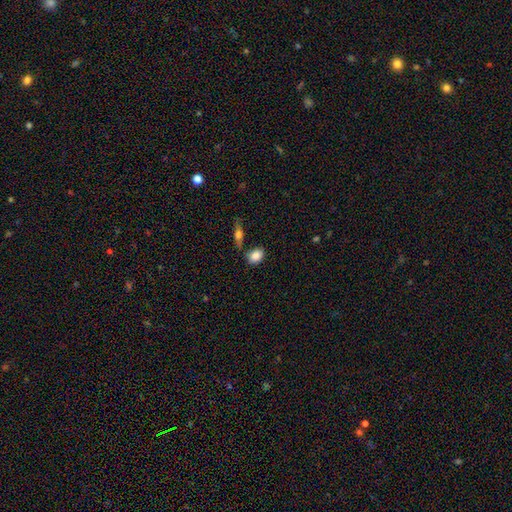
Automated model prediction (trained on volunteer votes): The model was most divided on "how rounded": in between: 70%, round: 27%, cigar-shaped: 3%. More confident: smooth or featured — smooth (85%); merging — none (66%).